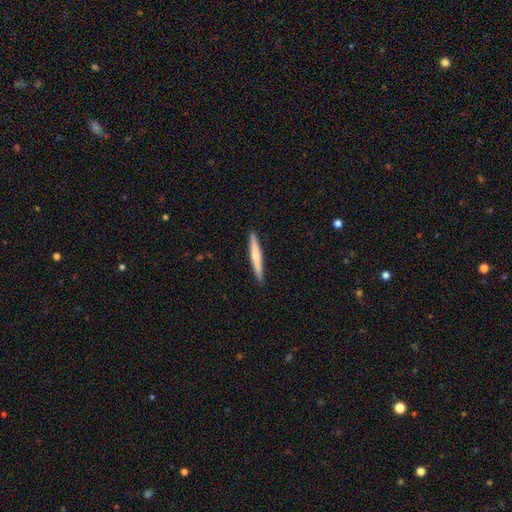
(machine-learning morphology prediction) Smooth or featured?
  - smooth: 59% *
  - featured or disk: 36%
  - star or artifact: 5%
How rounded?
  - cigar-shaped: 96% *
  - in between: 3%
  - round: 1%
Merging?
  - none: 91% *
  - minor disturbance: 6%
  - major disturbance: 1%
  - merger: 1%